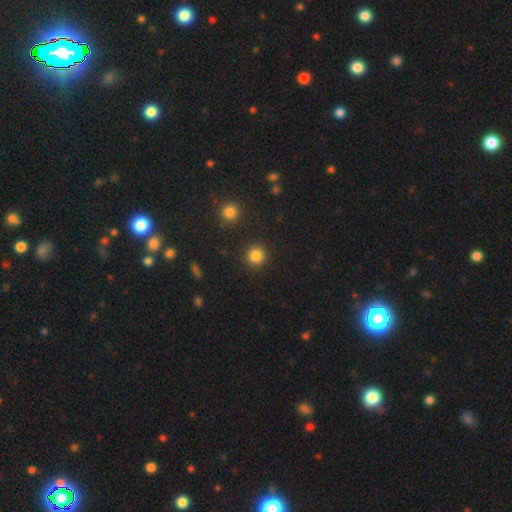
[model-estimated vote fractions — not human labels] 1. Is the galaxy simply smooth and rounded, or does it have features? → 85% smooth, 11% star or artifact, 4% featured or disk.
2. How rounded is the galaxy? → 94% round, 5% in between, 1% cigar-shaped.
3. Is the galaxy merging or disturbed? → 91% none, 5% minor disturbance, 2% major disturbance, 2% merger.